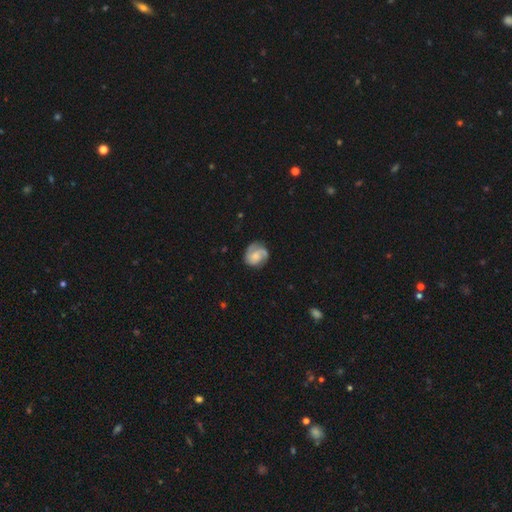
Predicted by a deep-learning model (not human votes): smooth-or-featured: featured or disk: 67% | smooth: 26% | star or artifact: 7%
  disk-edge-on: no: 98% | yes: 2%
    bar: no: 69% | weak: 27% | strong: 4%
    has-spiral-arms: yes: 92% | no: 8%
      spiral-winding: tight: 47% | medium: 39% | loose: 14%
      spiral-arm-count: 2: 46% | 3: 23% | can't tell: 16% | 1: 9% | 4: 3% | more than 4: 3%
    bulge-size: small: 39% | moderate: 34% | none: 18% | large: 8% | dominant: 2%
  merging: none: 69% | minor disturbance: 21% | major disturbance: 8% | merger: 2%